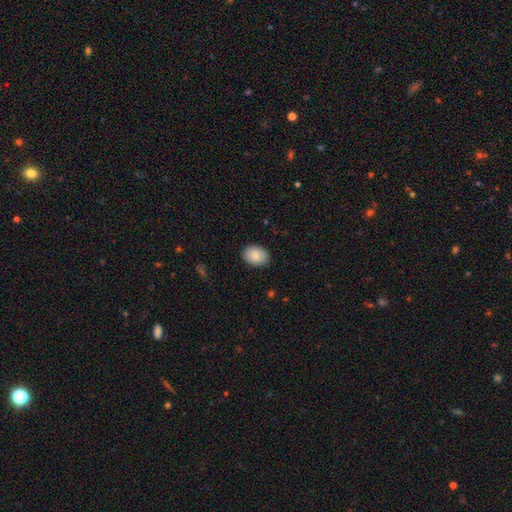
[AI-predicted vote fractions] Smooth or featured? smooth (86%)
How rounded? in between (71%)
Merging? none (88%)